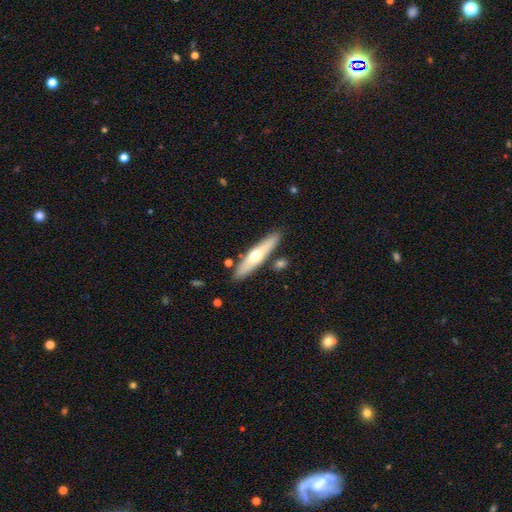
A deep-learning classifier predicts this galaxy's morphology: Overall: featured or disk (49%; smooth 45%). Merging: none (85%).